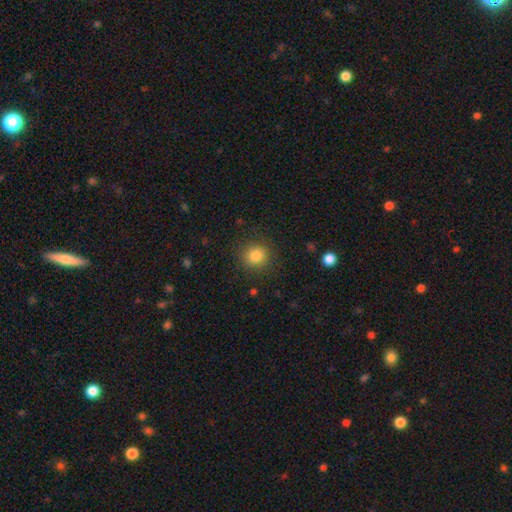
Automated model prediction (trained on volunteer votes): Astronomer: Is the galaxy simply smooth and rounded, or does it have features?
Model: smooth — 82%.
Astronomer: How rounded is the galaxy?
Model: round — 88%.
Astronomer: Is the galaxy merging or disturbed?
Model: none — 88%.